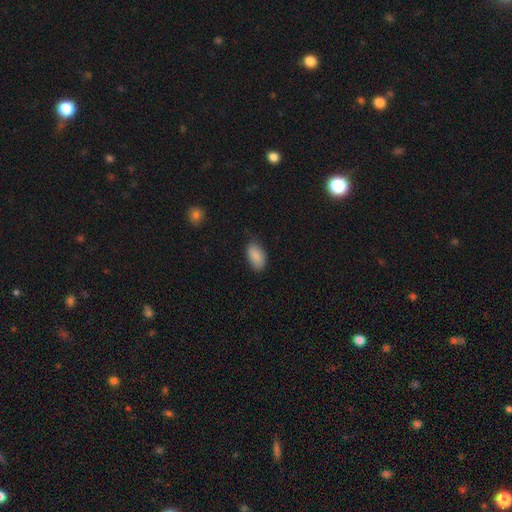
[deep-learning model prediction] Smooth or featured: smooth — 88% (star or artifact — 7%)
How rounded: in between — 93% (round — 4%)
Merging: none — 76% (minor disturbance — 20%)